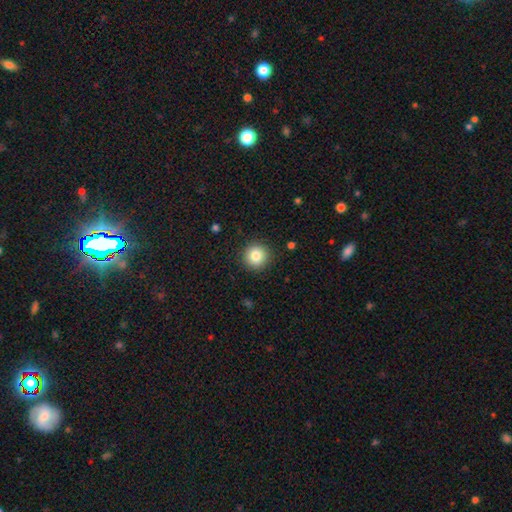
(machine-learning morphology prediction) Smooth or featured?
  - smooth: 84% *
  - star or artifact: 10%
  - featured or disk: 7%
How rounded?
  - round: 94% *
  - in between: 5%
  - cigar-shaped: 1%
Merging?
  - none: 91% *
  - minor disturbance: 6%
  - major disturbance: 2%
  - merger: 1%